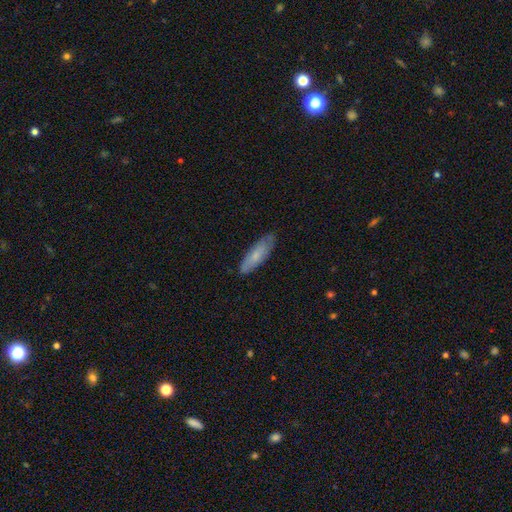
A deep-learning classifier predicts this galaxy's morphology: This is likely a smooth galaxy (66%). How rounded: possibly cigar-shaped (50%). Merging: likely none (80%).